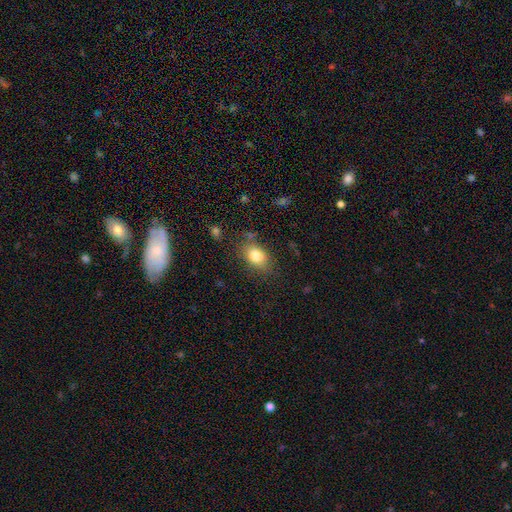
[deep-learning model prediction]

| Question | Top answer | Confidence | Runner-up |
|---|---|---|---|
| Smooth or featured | smooth | 82% | star or artifact (9%) |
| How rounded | in between | 77% | round (21%) |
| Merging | none | 75% | minor disturbance (17%) |